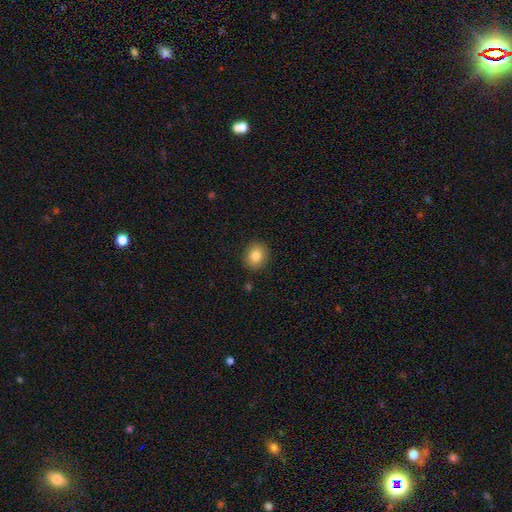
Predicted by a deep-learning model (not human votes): smooth-or-featured: smooth: 83% | star or artifact: 9% | featured or disk: 8%
  how-rounded: round: 68% | in between: 31% | cigar-shaped: 1%
  merging: none: 89% | minor disturbance: 8% | major disturbance: 2% | merger: 1%